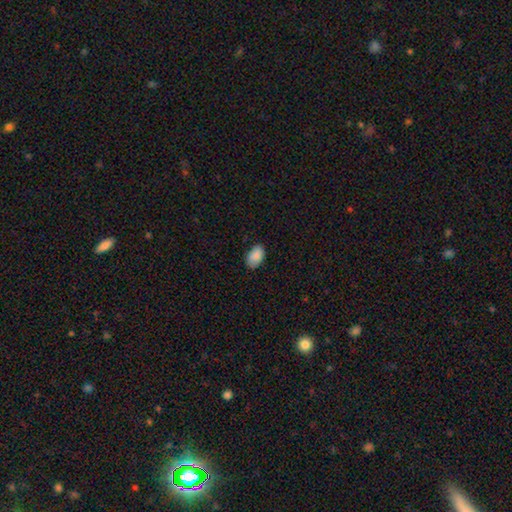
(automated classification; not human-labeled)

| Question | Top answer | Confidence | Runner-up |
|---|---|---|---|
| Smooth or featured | smooth | 88% | star or artifact (7%) |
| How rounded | in between | 92% | round (7%) |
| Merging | none | 81% | minor disturbance (16%) |